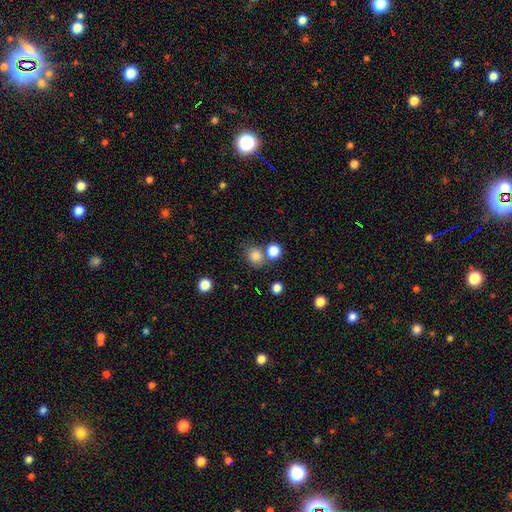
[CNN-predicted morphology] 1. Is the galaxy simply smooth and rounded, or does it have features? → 81% smooth, 13% star or artifact, 6% featured or disk.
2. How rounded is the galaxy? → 78% round, 21% in between, 1% cigar-shaped.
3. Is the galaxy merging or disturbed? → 65% none, 22% merger, 10% minor disturbance, 4% major disturbance.